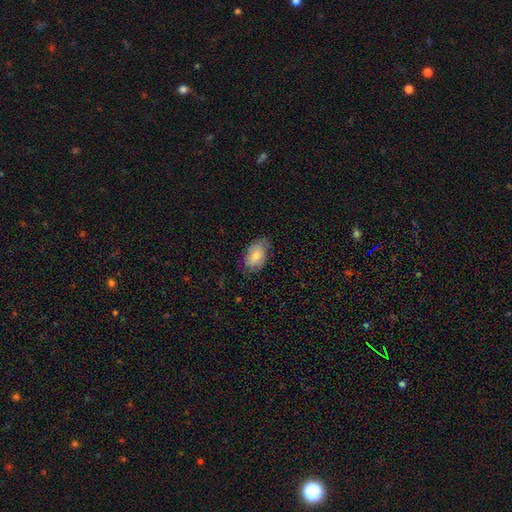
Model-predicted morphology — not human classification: Smooth or featured? smooth (77%)
How rounded? in between (91%)
Merging? none (64%)